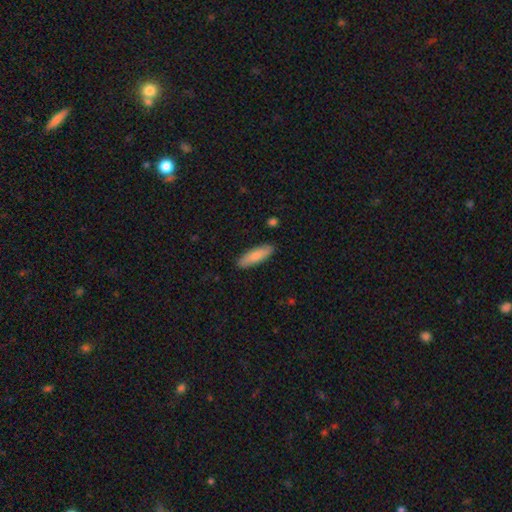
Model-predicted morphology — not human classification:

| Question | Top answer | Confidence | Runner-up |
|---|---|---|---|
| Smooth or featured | smooth | 83% | featured or disk (12%) |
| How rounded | cigar-shaped | 51% | in between (48%) |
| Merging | none | 89% | minor disturbance (9%) |